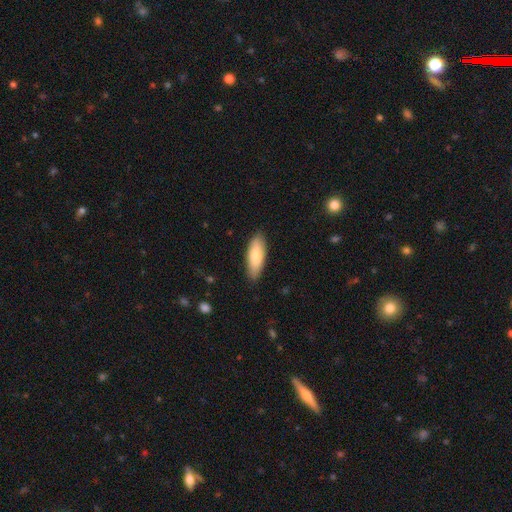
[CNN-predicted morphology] Q: Smooth or featured?
A: smooth (79%); runner-up: featured or disk (15%)
Q: How rounded?
A: in between (64%); runner-up: cigar-shaped (34%)
Q: Merging?
A: none (86%); runner-up: minor disturbance (11%)